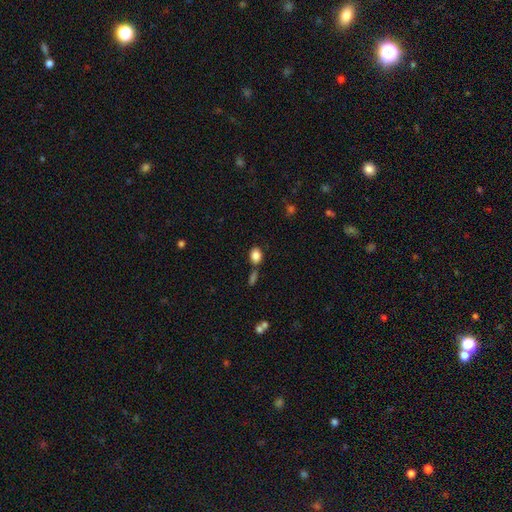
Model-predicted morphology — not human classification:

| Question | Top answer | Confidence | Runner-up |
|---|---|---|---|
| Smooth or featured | smooth | 85% | star or artifact (9%) |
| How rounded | in between | 70% | round (28%) |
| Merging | none | 66% | merger (15%) |